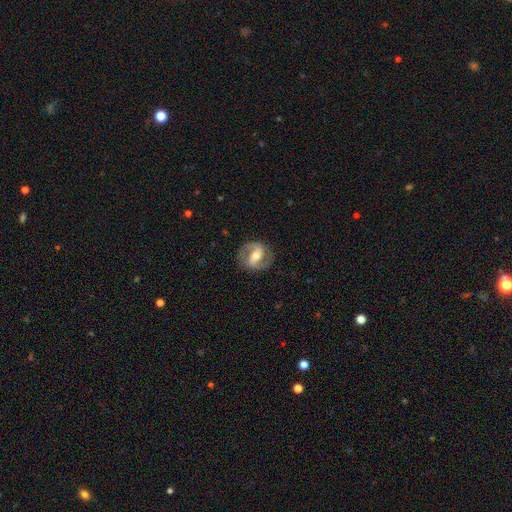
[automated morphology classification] Overall: featured or disk (82%). Edge-on disk: no (97%). Bar: strong (43%; weak 38%). Spiral arms: yes (91%). Spiral arm count: 2 (91%). Spiral winding: medium (53%; tight 26%). Bulge size: moderate (69%). Merging: none (85%).